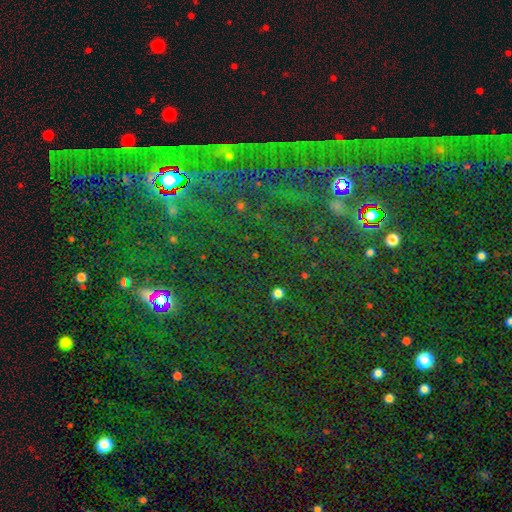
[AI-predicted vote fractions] A star or artifact, not a galaxy (80%).

Vote fractions:
- Smooth or featured? star or artifact: 80% / smooth: 12% / featured or disk: 8%